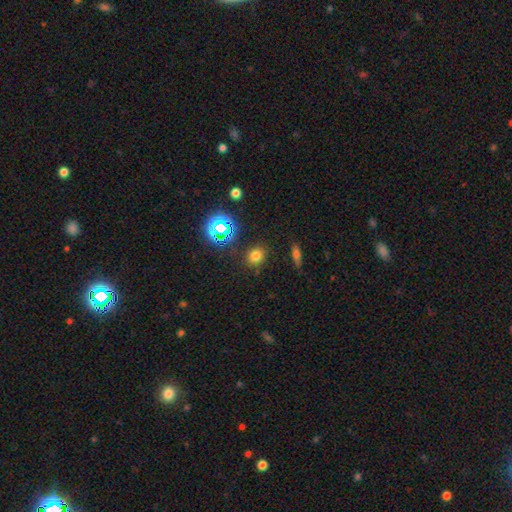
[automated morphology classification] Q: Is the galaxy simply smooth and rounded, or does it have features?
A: smooth — 70%.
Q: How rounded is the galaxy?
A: round — 73%.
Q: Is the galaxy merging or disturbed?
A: none — 85%.